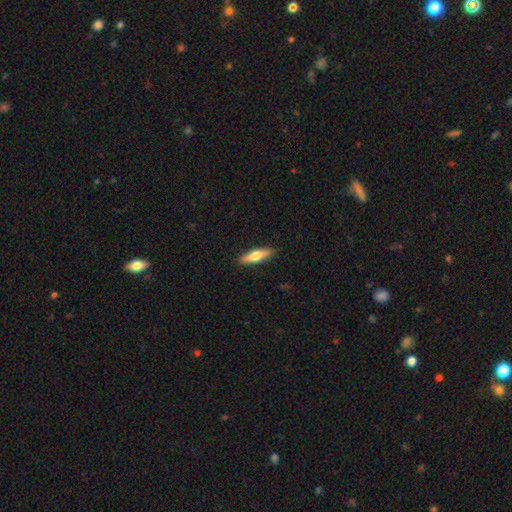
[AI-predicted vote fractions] Smooth or featured: smooth — 55% (featured or disk — 40%)
How rounded: cigar-shaped — 62% (in between — 35%)
Merging: none — 90% (minor disturbance — 7%)